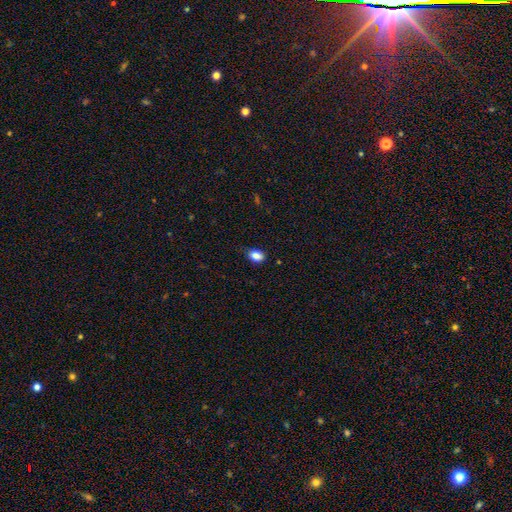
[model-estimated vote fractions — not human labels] smooth-or-featured: smooth: 85% | star or artifact: 9% | featured or disk: 6%
  how-rounded: in between: 76% | round: 23% | cigar-shaped: 1%
  merging: none: 75% | minor disturbance: 20% | major disturbance: 3% | merger: 1%